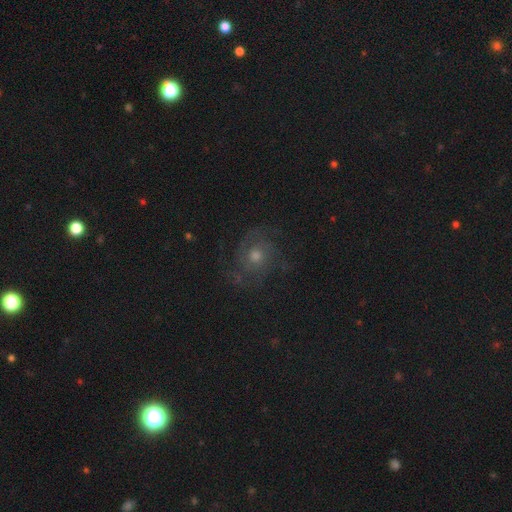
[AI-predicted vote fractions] This is possibly a featured or disk galaxy (59%). It is clearly not viewed edge-on (97%). Bar: clearly no (82%). Spiral arm pattern: clearly yes (87%). Spiral arm count: marginally can't tell (35%). Spiral winding: possibly tight (46%). Central bulge: possibly moderate (59%). Merging: likely none (73%).